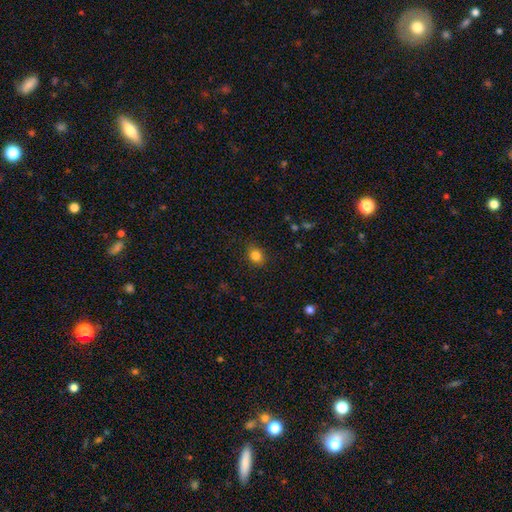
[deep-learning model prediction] This is clearly a smooth galaxy (83%). How rounded: likely round (68%). Merging: clearly none (87%).